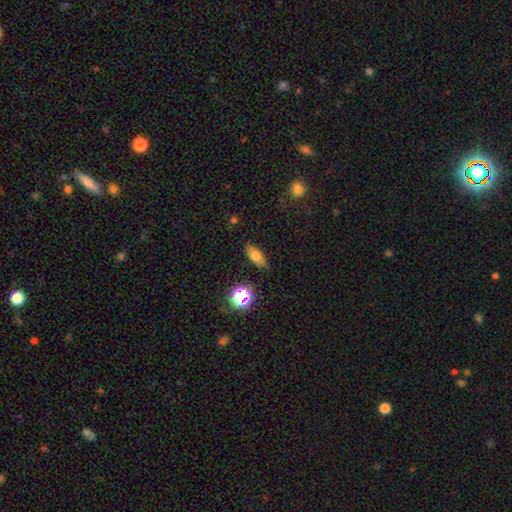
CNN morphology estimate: Q: Smooth or featured?
A: smooth (70%); runner-up: featured or disk (17%)
Q: How rounded?
A: in between (74%); runner-up: cigar-shaped (19%)
Q: Merging?
A: none (86%); runner-up: minor disturbance (10%)